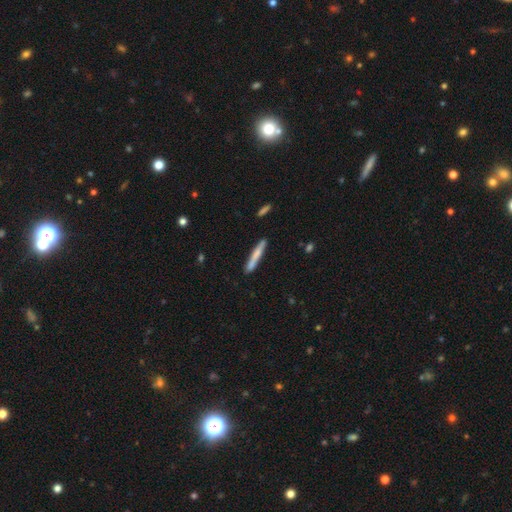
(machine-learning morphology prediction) A smooth galaxy with no disk features (62%) that is cigar-shaped (95%). Merging: none (84%).